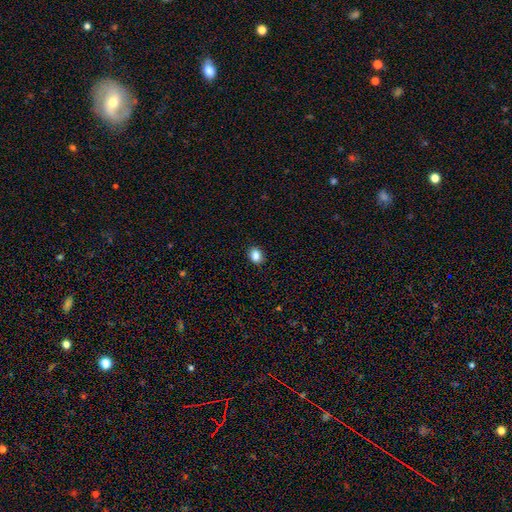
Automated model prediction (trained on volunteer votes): This appears to be a smooth galaxy with no disk features (87%) that is in between round and cigar-shaped (56%). Merging: none (90%).